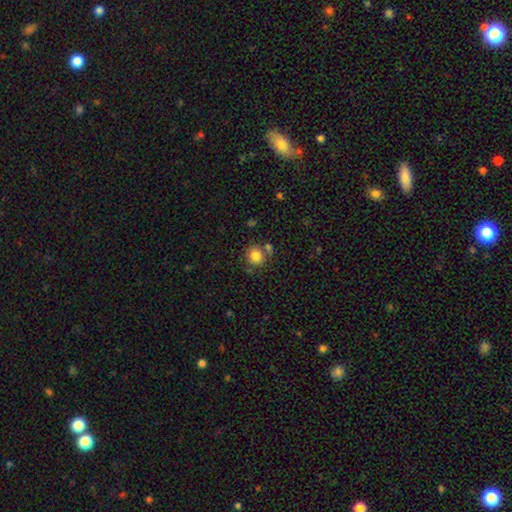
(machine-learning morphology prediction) Overall: smooth (82%). How rounded: round (81%). Merging: none (68%).